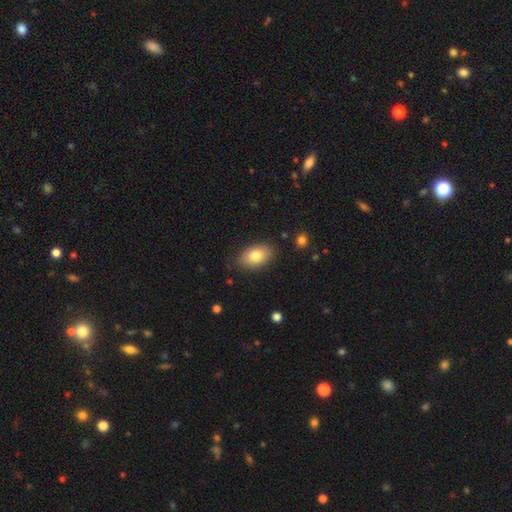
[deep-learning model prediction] Smooth or featured?
  - smooth: 80% *
  - featured or disk: 13%
  - star or artifact: 7%
How rounded?
  - in between: 89% *
  - round: 9%
  - cigar-shaped: 1%
Merging?
  - none: 84% *
  - minor disturbance: 12%
  - major disturbance: 3%
  - merger: 1%